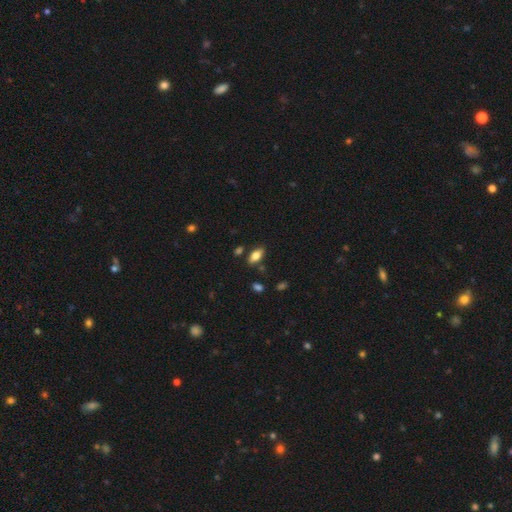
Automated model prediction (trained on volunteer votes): Smooth or featured?
  - smooth: 77% *
  - featured or disk: 15%
  - star or artifact: 8%
How rounded?
  - in between: 87% *
  - cigar-shaped: 10%
  - round: 3%
Merging?
  - none: 82% *
  - minor disturbance: 11%
  - merger: 4%
  - major disturbance: 3%